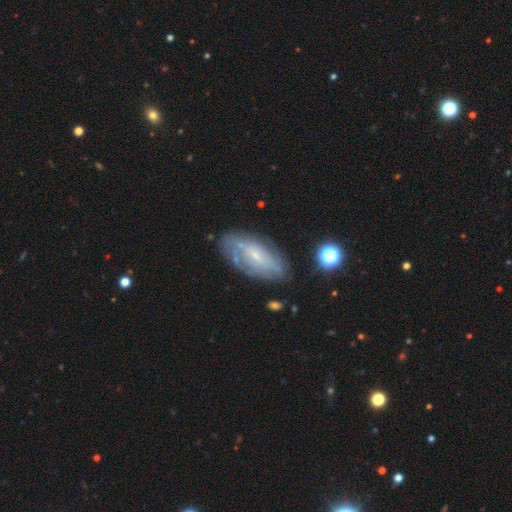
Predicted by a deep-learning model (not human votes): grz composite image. It shows a featured or disk galaxy (59%) with no bar (62%), spiral arms (64%) and a small central bulge (73%). Merging: none (71%).